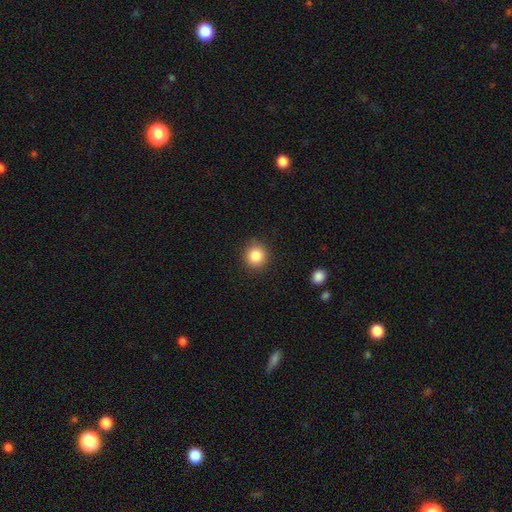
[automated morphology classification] Smooth or featured?
  - smooth: 85% *
  - star or artifact: 10%
  - featured or disk: 5%
How rounded?
  - round: 89% *
  - in between: 10%
  - cigar-shaped: 1%
Merging?
  - none: 89% *
  - minor disturbance: 7%
  - major disturbance: 2%
  - merger: 1%